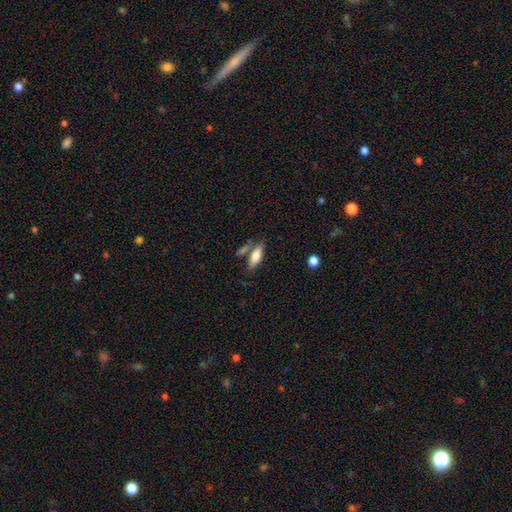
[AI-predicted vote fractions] This appears to be a smooth galaxy with no disk features (75%) that is in between round and cigar-shaped (59%). Merging: none (62%).